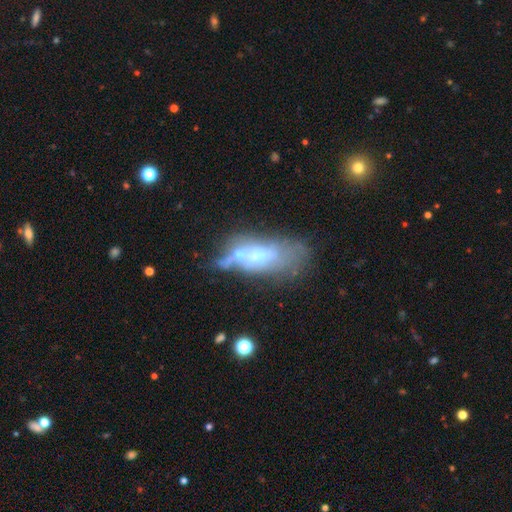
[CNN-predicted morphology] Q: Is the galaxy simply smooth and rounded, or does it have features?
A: featured or disk — 52%.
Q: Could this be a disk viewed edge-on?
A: no — 74%.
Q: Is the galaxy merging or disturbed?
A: none — 29%.